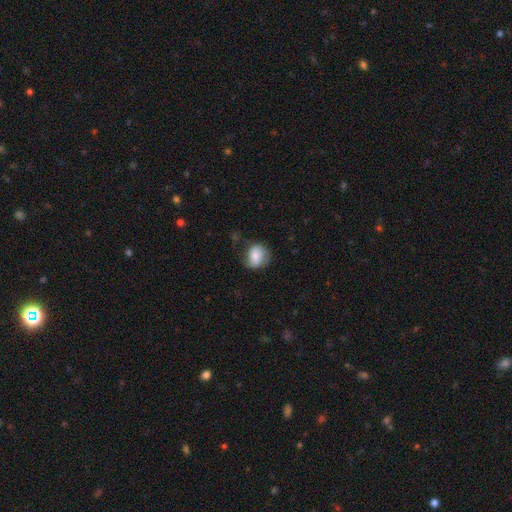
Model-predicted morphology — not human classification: A smooth galaxy with no disk features (71%) that is round (65%). Merging: none (60%).